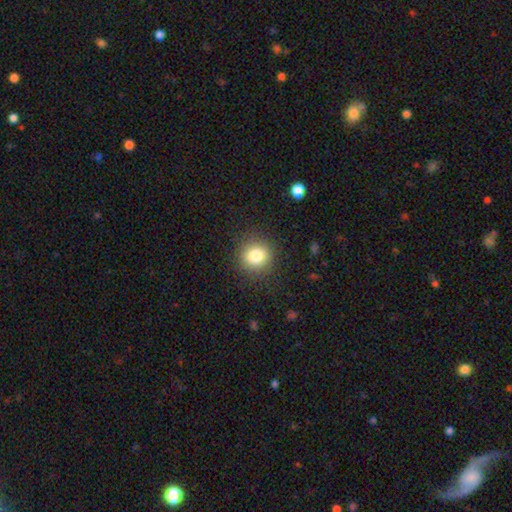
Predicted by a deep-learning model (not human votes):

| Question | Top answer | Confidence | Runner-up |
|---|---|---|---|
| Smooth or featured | smooth | 83% | star or artifact (11%) |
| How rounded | round | 89% | in between (10%) |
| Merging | none | 88% | minor disturbance (8%) |